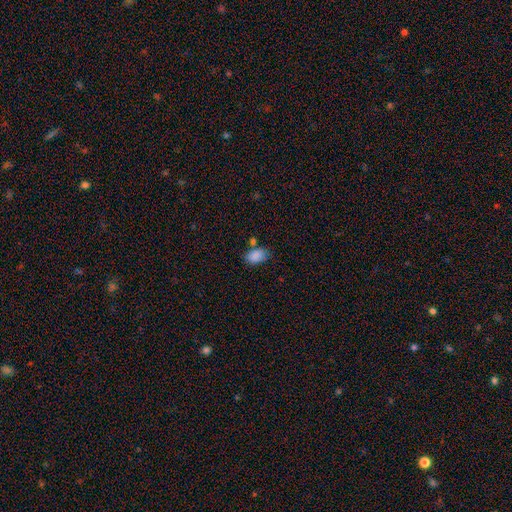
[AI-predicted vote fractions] Smooth or featured?
  - smooth: 86% *
  - star or artifact: 9%
  - featured or disk: 5%
How rounded?
  - in between: 88% *
  - round: 11%
  - cigar-shaped: 1%
Merging?
  - none: 63% *
  - minor disturbance: 22%
  - merger: 10%
  - major disturbance: 5%